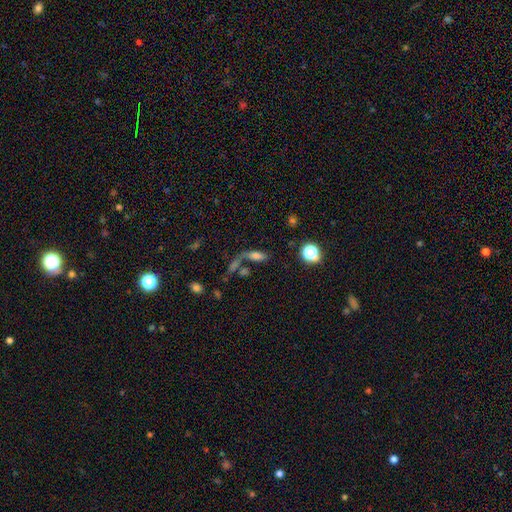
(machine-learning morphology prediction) This appears to be a smooth galaxy with no disk features (65%) that is in between round and cigar-shaped (68%). Merging: none (40%).